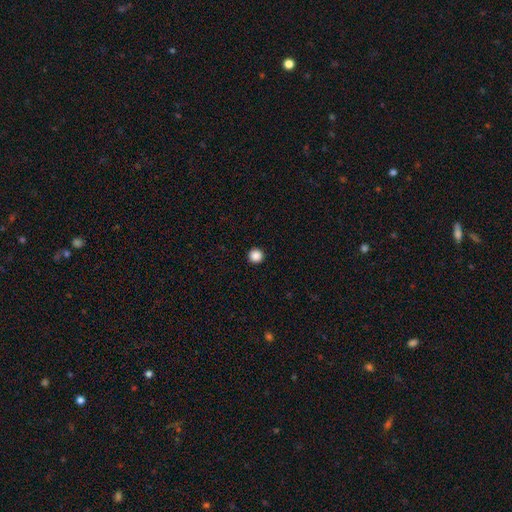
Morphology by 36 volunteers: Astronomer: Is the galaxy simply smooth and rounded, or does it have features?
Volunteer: smooth — 92%.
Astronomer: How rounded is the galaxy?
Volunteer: round — 100%.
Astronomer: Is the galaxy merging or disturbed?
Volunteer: none — 94%.